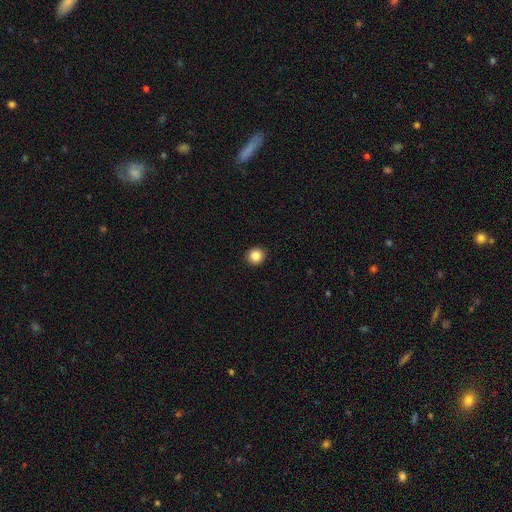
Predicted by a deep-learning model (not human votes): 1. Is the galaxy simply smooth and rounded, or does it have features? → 86% smooth, 10% star or artifact, 4% featured or disk.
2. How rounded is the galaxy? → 94% round, 5% in between, 1% cigar-shaped.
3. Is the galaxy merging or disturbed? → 94% none, 4% minor disturbance, 1% major disturbance, 1% merger.